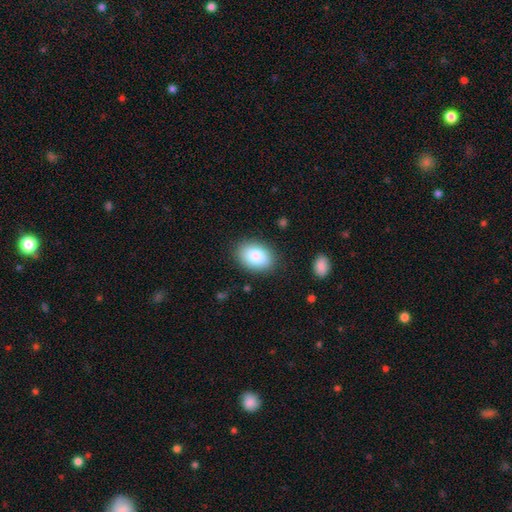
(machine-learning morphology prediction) Smooth or featured? Predicted: smooth (p=0.83). How rounded? Predicted: in between (p=0.79). Merging? Predicted: none (p=0.86).